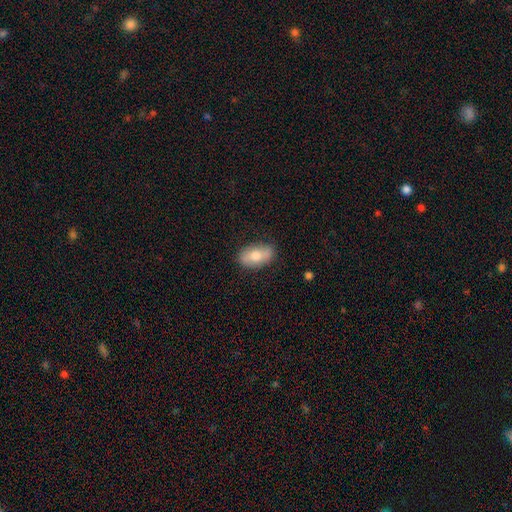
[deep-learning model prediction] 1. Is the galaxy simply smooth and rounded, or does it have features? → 69% smooth, 24% featured or disk, 7% star or artifact.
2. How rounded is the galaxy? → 91% in between, 6% round, 3% cigar-shaped.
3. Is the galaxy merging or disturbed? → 84% none, 13% minor disturbance, 2% major disturbance, 1% merger.